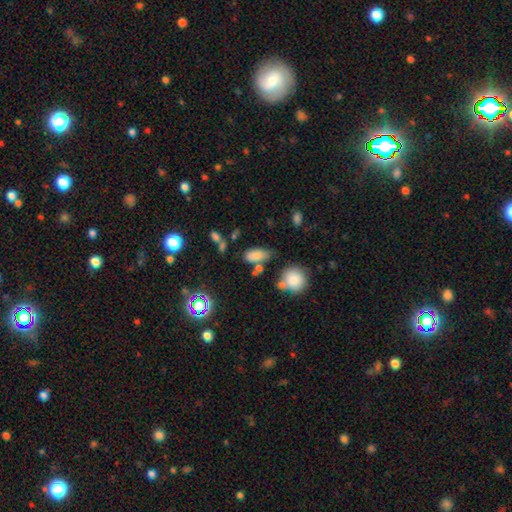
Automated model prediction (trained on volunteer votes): Smooth or featured?
  - smooth: 77% *
  - star or artifact: 13%
  - featured or disk: 10%
How rounded?
  - in between: 89% *
  - round: 6%
  - cigar-shaped: 5%
Merging?
  - none: 56% *
  - minor disturbance: 21%
  - merger: 15%
  - major disturbance: 8%